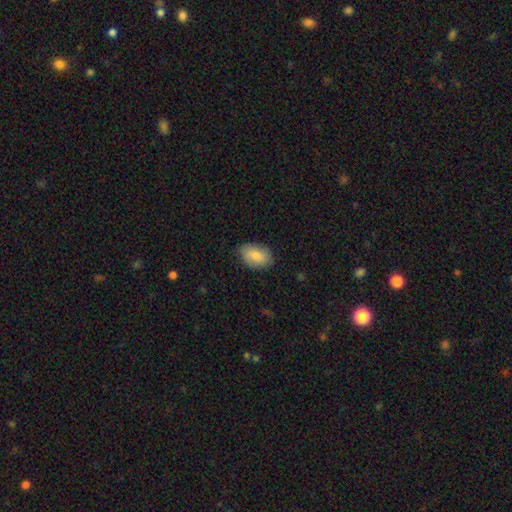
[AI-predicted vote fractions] Smooth or featured?
  - smooth: 81% *
  - featured or disk: 13%
  - star or artifact: 6%
How rounded?
  - in between: 90% *
  - round: 8%
  - cigar-shaped: 1%
Merging?
  - none: 82% *
  - minor disturbance: 15%
  - major disturbance: 3%
  - merger: 1%